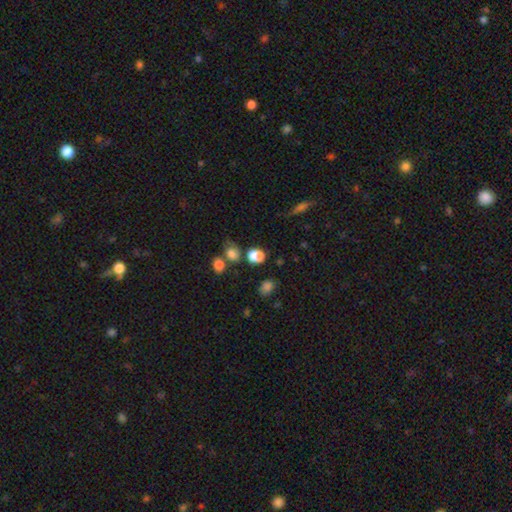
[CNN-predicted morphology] type=smooth (72%); roundness=round (50%); merging=none (48%).